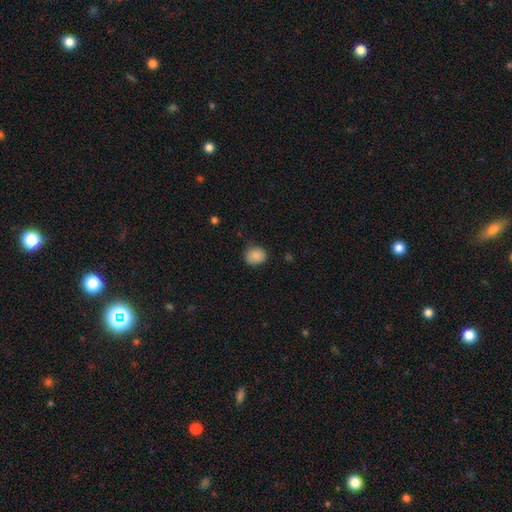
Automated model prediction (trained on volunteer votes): smooth 86%, star or artifact 9%, featured or disk 5%. Down the decision tree: how rounded — round (70%); merging — none (71%).